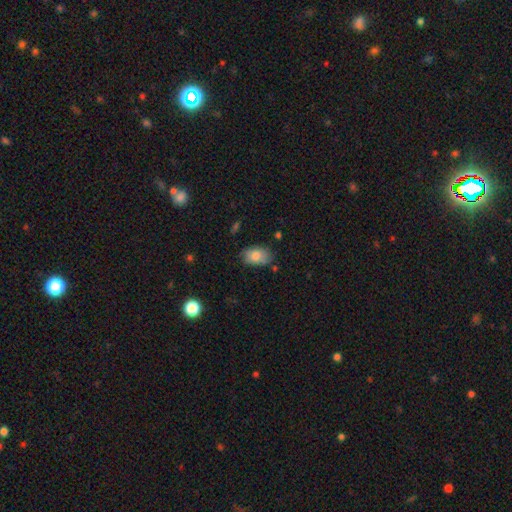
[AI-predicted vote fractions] This appears to be a smooth galaxy with no disk features (81%) that is in between round and cigar-shaped (89%). Merging: none (72%).